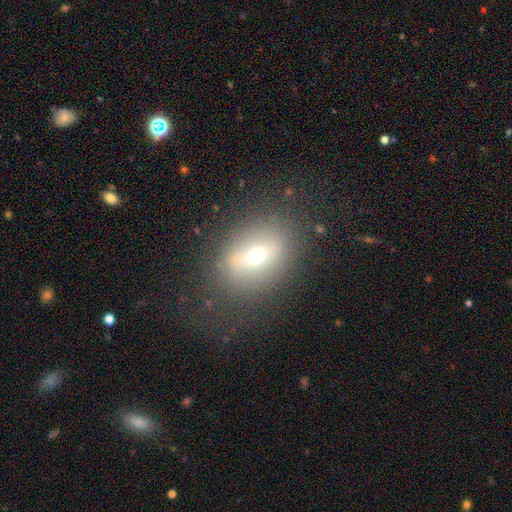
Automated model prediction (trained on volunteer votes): Smooth or featured?
  - smooth: 50% *
  - featured or disk: 36%
  - star or artifact: 14%
How rounded?
  - in between: 61% *
  - round: 37%
  - cigar-shaped: 2%
Merging?
  - none: 74% *
  - minor disturbance: 15%
  - major disturbance: 10%
  - merger: 2%